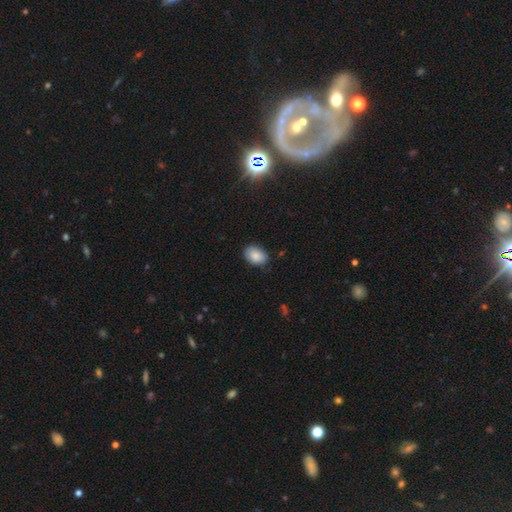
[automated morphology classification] Smooth or featured?
  - smooth: 87% *
  - star or artifact: 7%
  - featured or disk: 5%
How rounded?
  - in between: 81% *
  - round: 18%
  - cigar-shaped: 1%
Merging?
  - none: 80% *
  - minor disturbance: 16%
  - major disturbance: 3%
  - merger: 1%